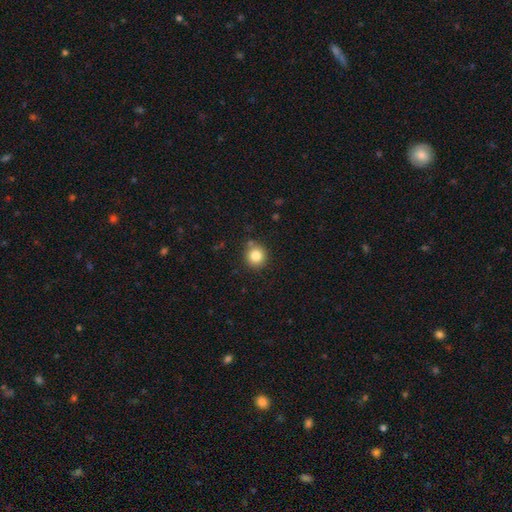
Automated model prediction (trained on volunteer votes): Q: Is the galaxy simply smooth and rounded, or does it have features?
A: smooth — 83%.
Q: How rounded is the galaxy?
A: round — 92%.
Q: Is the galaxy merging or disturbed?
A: none — 84%.